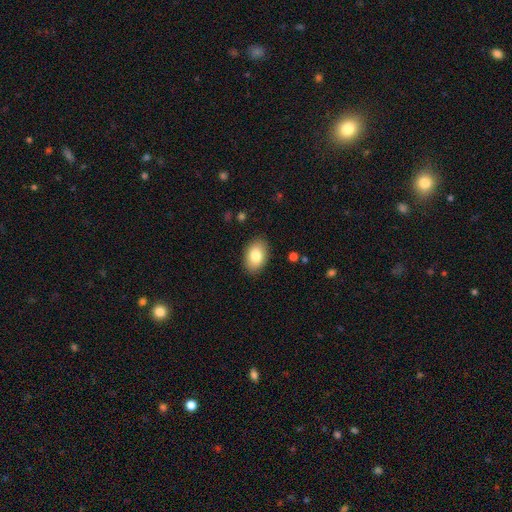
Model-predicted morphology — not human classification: This is clearly a smooth galaxy (83%). How rounded: clearly in between (88%). Merging: clearly none (88%).